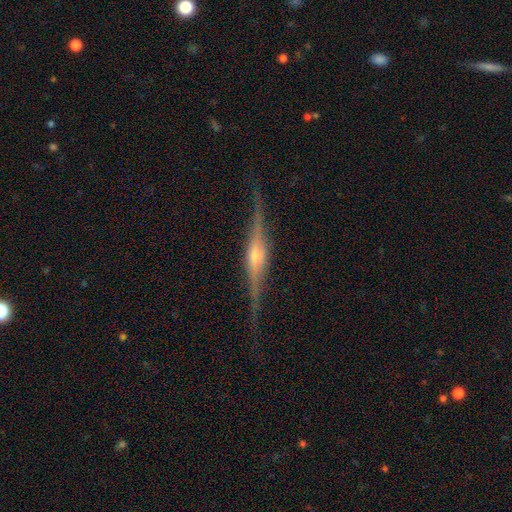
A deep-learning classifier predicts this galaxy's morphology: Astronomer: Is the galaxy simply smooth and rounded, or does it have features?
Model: featured or disk — 85%.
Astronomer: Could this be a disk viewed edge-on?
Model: yes — 98%.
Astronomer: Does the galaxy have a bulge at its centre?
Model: rounded — 76%.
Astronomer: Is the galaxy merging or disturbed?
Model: none — 85%.